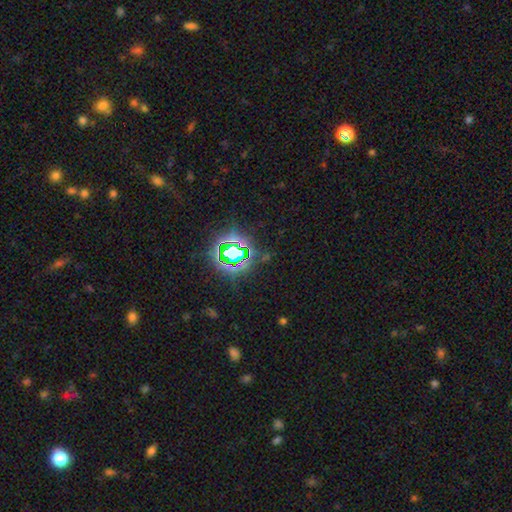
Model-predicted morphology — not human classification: Overall: star or artifact (80%).